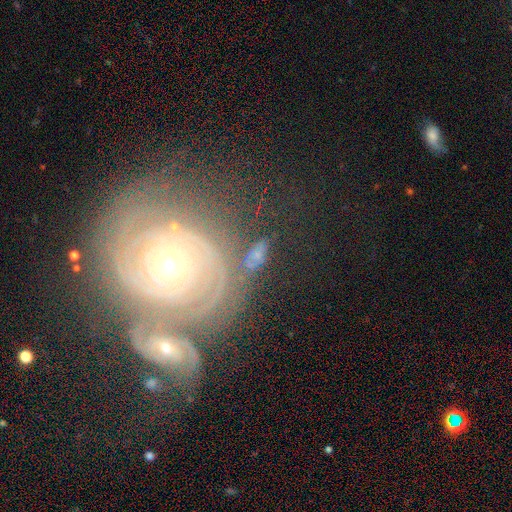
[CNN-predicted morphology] Smooth or featured? star or artifact (34%)